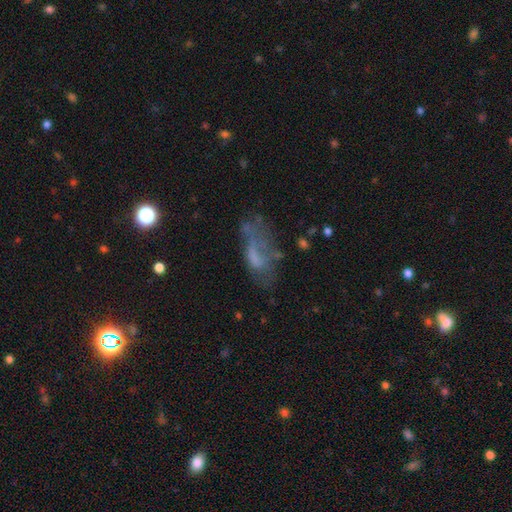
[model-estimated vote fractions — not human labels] smooth-or-featured: smooth: 43% | featured or disk: 41% | star or artifact: 16%
  merging: none: 37% | major disturbance: 33% | minor disturbance: 23% | merger: 7%